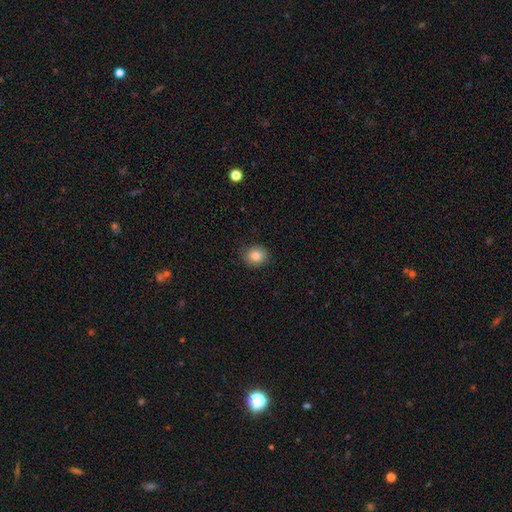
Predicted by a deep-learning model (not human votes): A smooth galaxy with no disk features (84%) that is round (75%). Merging: none (87%).